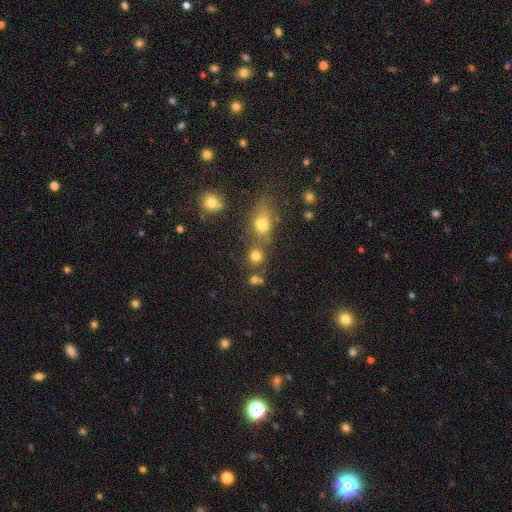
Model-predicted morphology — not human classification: smooth 76%, star or artifact 16%, featured or disk 9%. Down the decision tree: how rounded — round (85%); merging — none (60%).